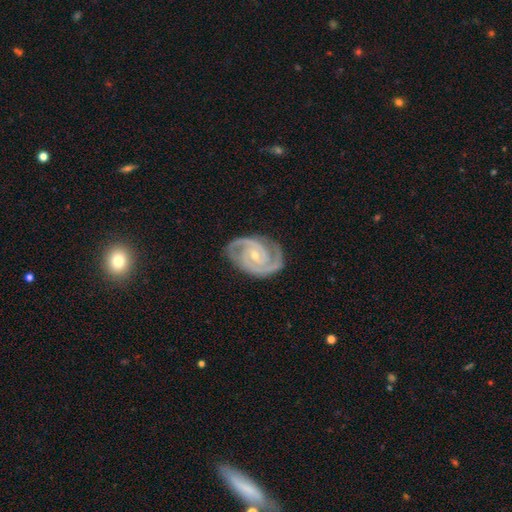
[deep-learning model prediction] smooth_or_featured: featured or disk (p=0.94) [alt: star or artifact p=0.04]
disk_edge_on: no (p=0.98) [alt: yes p=0.02]
bar: no (p=0.54) [alt: weak p=0.33]
has_spiral_arms: yes (p=0.99) [alt: no p=0.01]
spiral_winding: tight (p=0.62) [alt: medium p=0.34]
spiral_arm_count: 2 (p=0.87) [alt: 3 p=0.07]
bulge_size: small (p=0.60) [alt: moderate p=0.37]
merging: none (p=0.83) [alt: minor disturbance p=0.13]